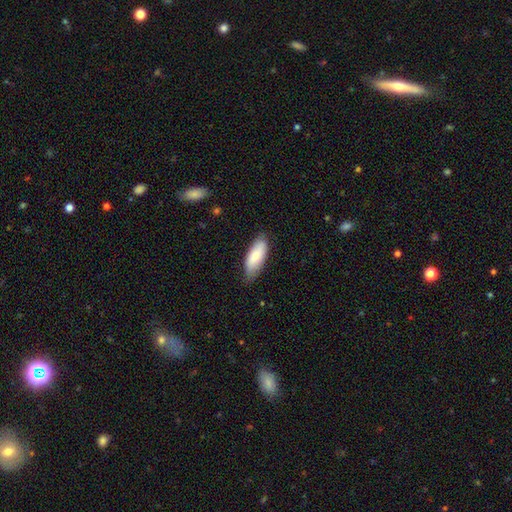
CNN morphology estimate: A smooth galaxy with no disk features (75%) that is in between round and cigar-shaped (80%).

Vote fractions:
- Smooth or featured? smooth: 75% / featured or disk: 19% / star or artifact: 6%
- How rounded? in between: 80% / cigar-shaped: 18% / round: 2%
- Merging? none: 75% / minor disturbance: 21% / major disturbance: 3% / merger: 1%